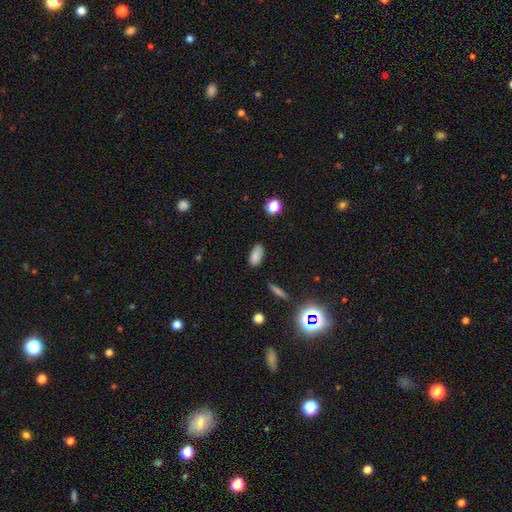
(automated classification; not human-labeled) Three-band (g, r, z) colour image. It shows a smooth galaxy with no disk features (84%) that is in between round and cigar-shaped (91%). Merging: none (81%).